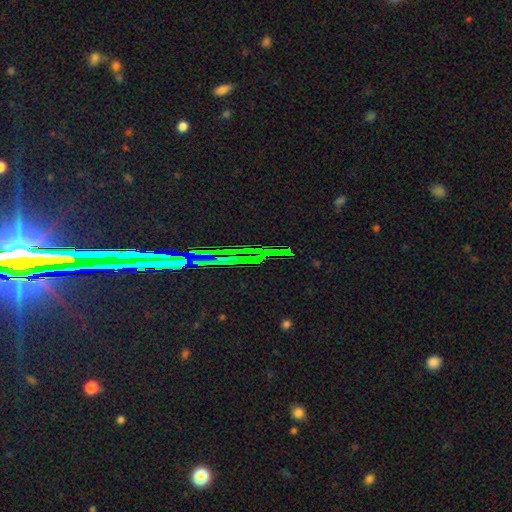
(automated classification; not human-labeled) smooth-or-featured: star or artifact: 81% | featured or disk: 11% | smooth: 7%